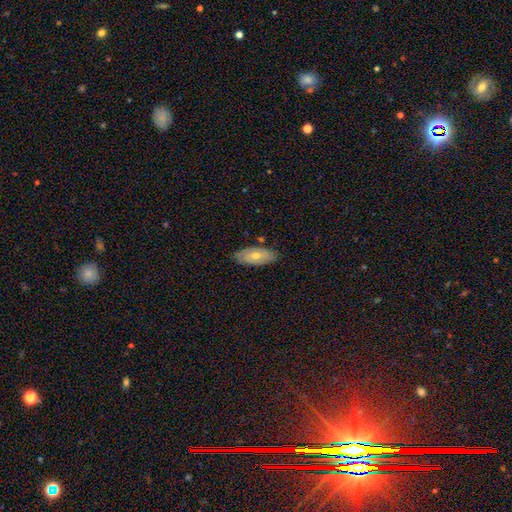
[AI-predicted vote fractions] Smooth or featured: featured or disk — 49% (smooth — 42%)
Merging: none — 84% (minor disturbance — 12%)